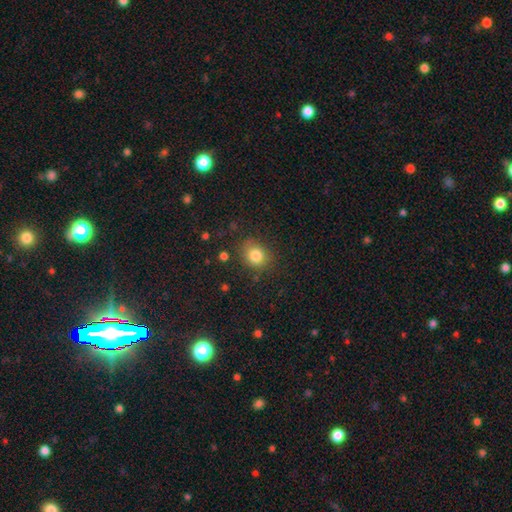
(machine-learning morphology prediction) Smooth or featured? smooth (82%)
How rounded? round (65%)
Merging? none (79%)